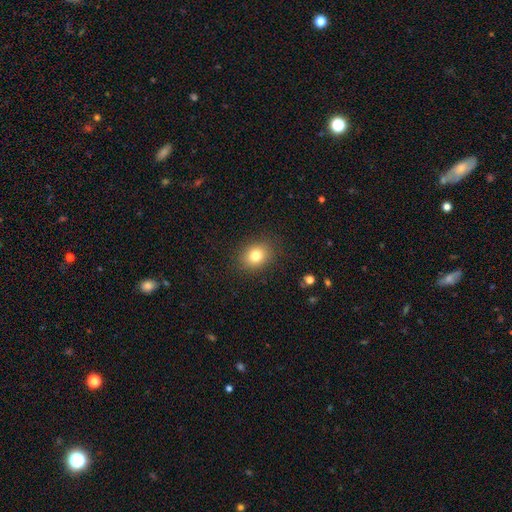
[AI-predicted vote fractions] smooth 80%, star or artifact 11%, featured or disk 9%. Down the decision tree: how rounded — round (51%); merging — none (87%).